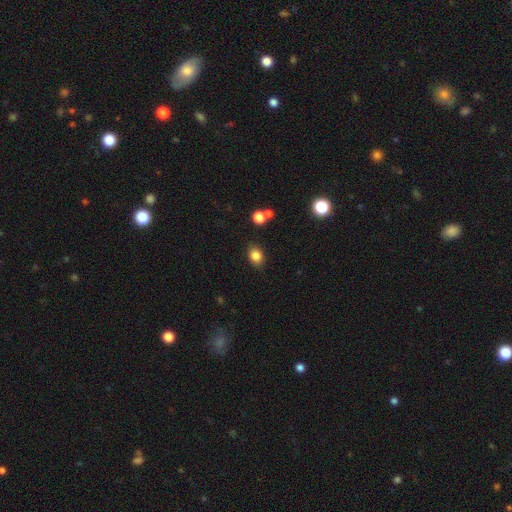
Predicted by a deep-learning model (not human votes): This is clearly a smooth galaxy (83%). How rounded: likely in between (63%). Merging: clearly none (85%).